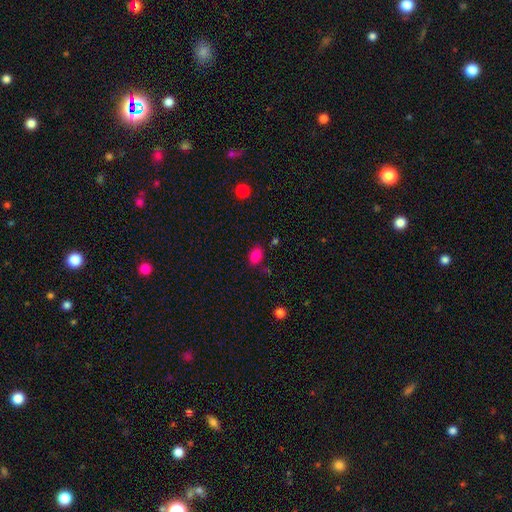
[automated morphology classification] A smooth galaxy with no disk features (83%) that is in between round and cigar-shaped (80%).

Vote fractions:
- Smooth or featured? smooth: 83% / star or artifact: 12% / featured or disk: 5%
- How rounded? in between: 80% / round: 19% / cigar-shaped: 1%
- Merging? none: 77% / minor disturbance: 15% / merger: 4% / major disturbance: 4%